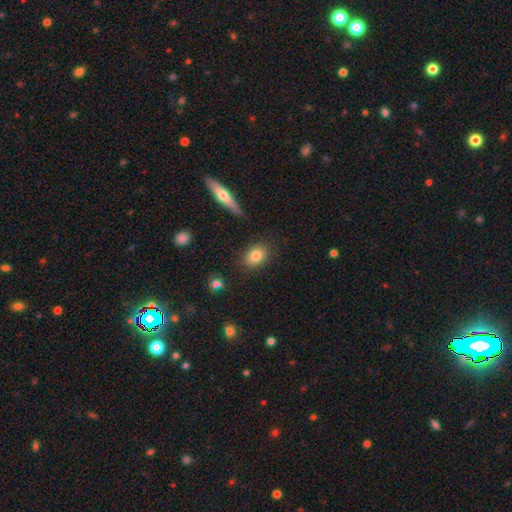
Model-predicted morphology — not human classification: smooth-or-featured: smooth: 81% | featured or disk: 10% | star or artifact: 9%
  how-rounded: in between: 70% | round: 27% | cigar-shaped: 3%
  merging: none: 83% | minor disturbance: 11% | major disturbance: 3% | merger: 3%